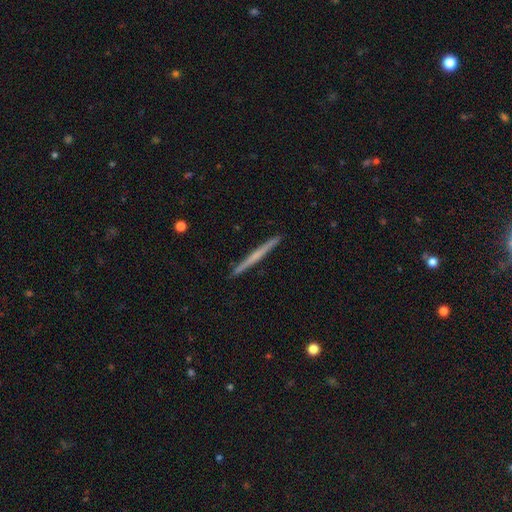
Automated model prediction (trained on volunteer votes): Morphology: type=featured or disk (55%); edge-on=yes (98%); edge-on bulge=none (77%); merging=none (93%).